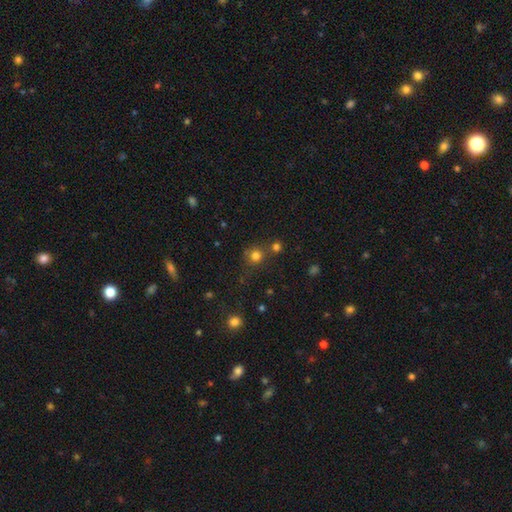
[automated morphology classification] Smooth or featured: smooth — 76% (star or artifact — 18%)
How rounded: round — 89% (in between — 10%)
Merging: none — 68% (merger — 17%)